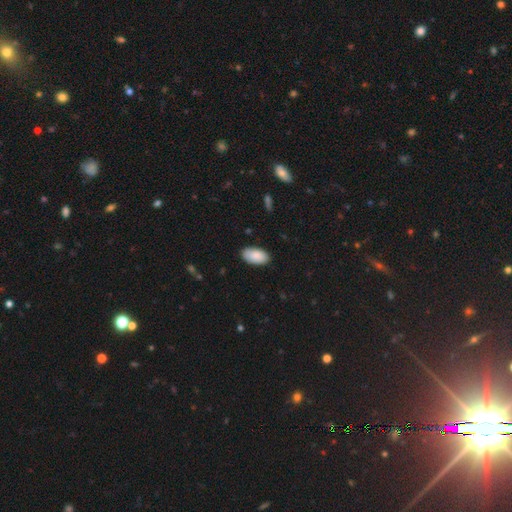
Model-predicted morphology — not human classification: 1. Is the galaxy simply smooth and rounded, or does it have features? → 89% smooth, 6% star or artifact, 5% featured or disk.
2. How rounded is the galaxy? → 96% in between, 2% round, 2% cigar-shaped.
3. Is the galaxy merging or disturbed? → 88% none, 9% minor disturbance, 2% major disturbance, 1% merger.